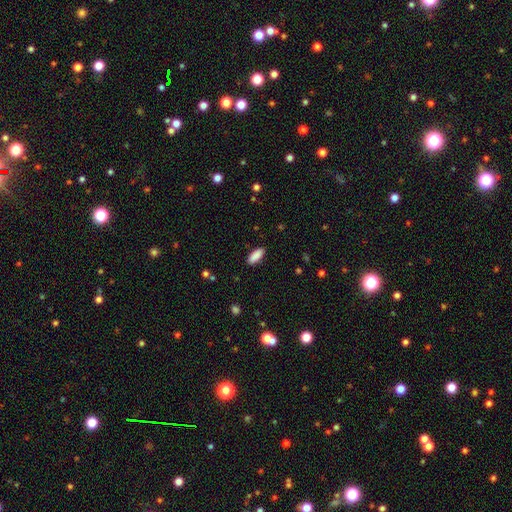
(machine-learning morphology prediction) Smooth or featured: smooth — 89% (star or artifact — 7%)
How rounded: in between — 77% (cigar-shaped — 21%)
Merging: none — 89% (minor disturbance — 8%)